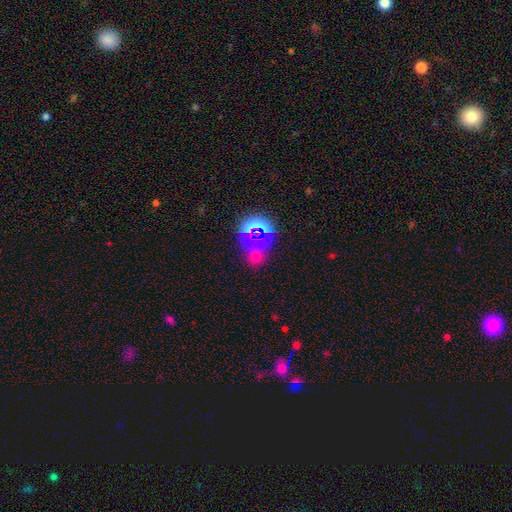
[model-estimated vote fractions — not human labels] star or artifact 47%, smooth 46%, featured or disk 7%.